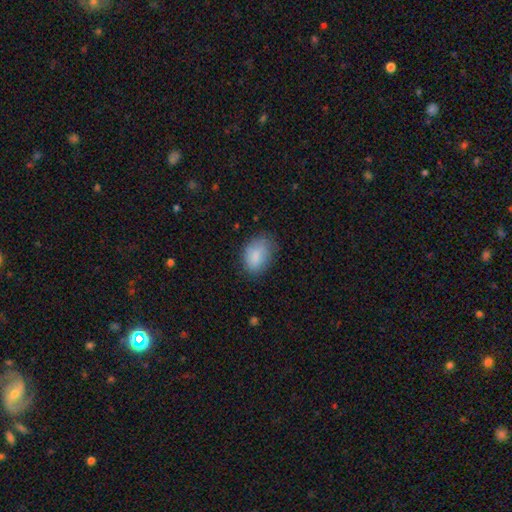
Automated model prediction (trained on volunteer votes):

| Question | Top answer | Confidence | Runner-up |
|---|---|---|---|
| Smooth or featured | smooth | 85% | featured or disk (8%) |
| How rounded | in between | 81% | round (17%) |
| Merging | none | 69% | minor disturbance (23%) |